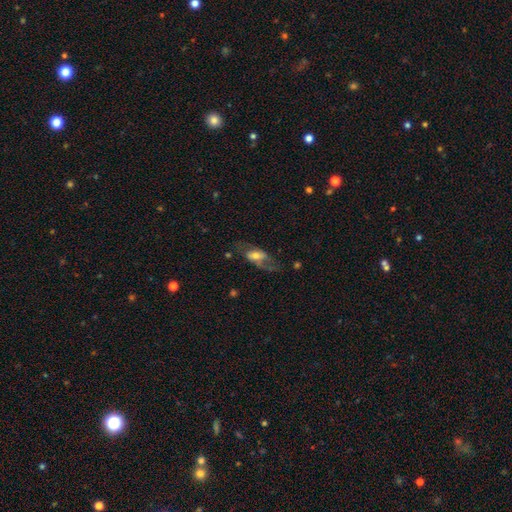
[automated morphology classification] The model was most divided on "bar": weak: 38%, no: 37%, strong: 25%. Remaining: edge-on disk — no (86%); spiral arms — yes (74%); merging — none (60%); smooth or featured — featured or disk (59%); bulge size — moderate (50%).